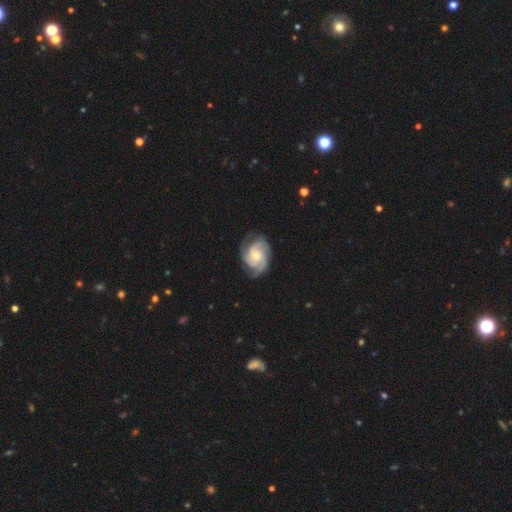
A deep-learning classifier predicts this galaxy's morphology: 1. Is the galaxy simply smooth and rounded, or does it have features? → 87% featured or disk, 8% smooth, 4% star or artifact.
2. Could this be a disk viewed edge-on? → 98% no, 2% yes.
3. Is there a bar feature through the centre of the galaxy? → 73% no, 23% weak, 4% strong.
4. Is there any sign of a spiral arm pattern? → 97% yes, 3% no.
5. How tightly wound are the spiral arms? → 51% tight, 41% medium, 9% loose.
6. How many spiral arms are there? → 58% 3, 13% 4, 13% 2, 9% can't tell, 4% 1, 4% more than 4.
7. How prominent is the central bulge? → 52% moderate, 43% small, 3% large, 1% none, 1% dominant.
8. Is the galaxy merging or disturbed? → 73% none, 19% minor disturbance, 7% major disturbance, 1% merger.